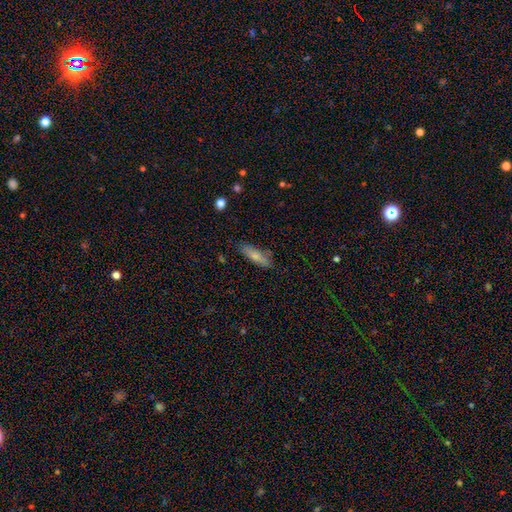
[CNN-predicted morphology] Q: Smooth or featured?
A: smooth (74%); runner-up: featured or disk (19%)
Q: How rounded?
A: cigar-shaped (61%); runner-up: in between (37%)
Q: Merging?
A: none (77%); runner-up: minor disturbance (17%)